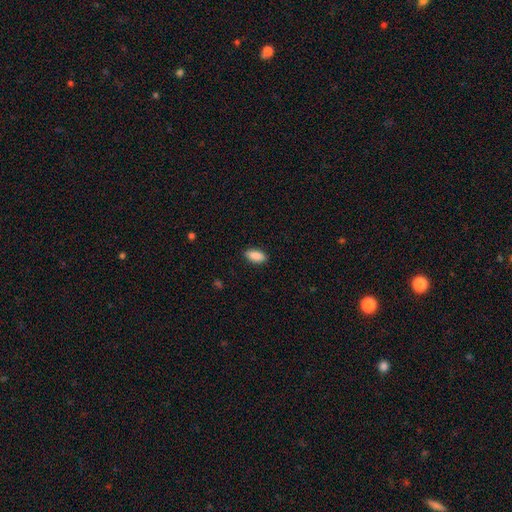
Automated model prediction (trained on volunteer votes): A smooth galaxy with no disk features (89%) that is in between round and cigar-shaped (89%).

Vote fractions:
- Smooth or featured? smooth: 89% / star or artifact: 6% / featured or disk: 4%
- How rounded? in between: 89% / cigar-shaped: 9% / round: 2%
- Merging? none: 89% / minor disturbance: 8% / major disturbance: 2% / merger: 1%